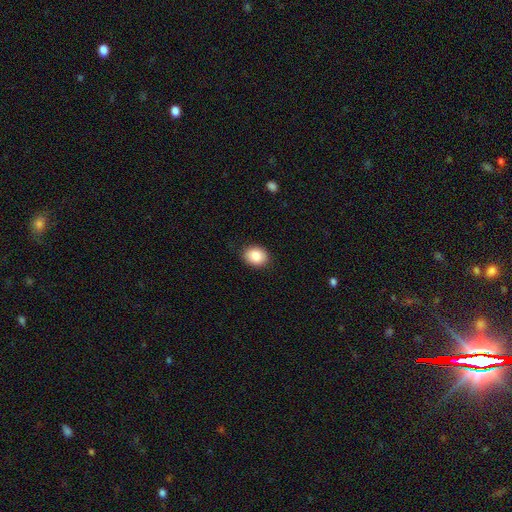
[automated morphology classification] The model was most divided on "how rounded": in between: 54%, round: 45%, cigar-shaped: 1%. More confident: merging — none (87%); smooth or featured — smooth (86%).